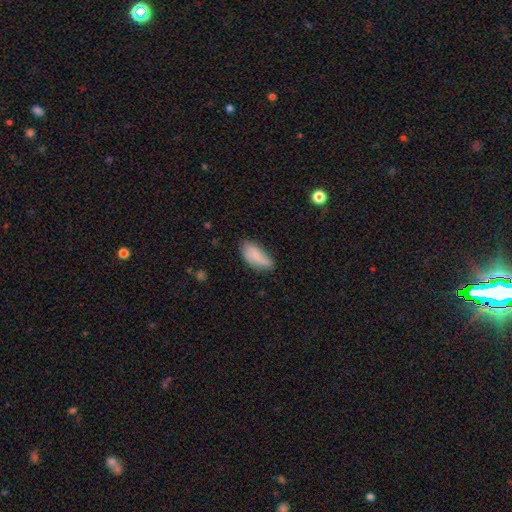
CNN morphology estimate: Smooth or featured? smooth (62%)
How rounded? in between (89%)
Merging? none (57%)